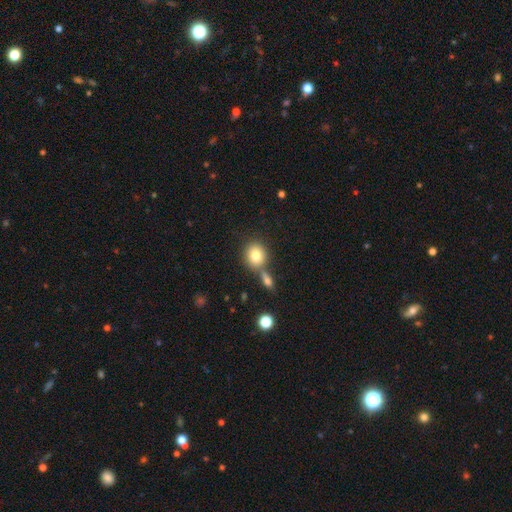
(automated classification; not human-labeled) smooth-or-featured: smooth: 80% | featured or disk: 11% | star or artifact: 9%
  how-rounded: round: 81% | in between: 18% | cigar-shaped: 1%
  merging: none: 61% | merger: 25% | minor disturbance: 10% | major disturbance: 4%